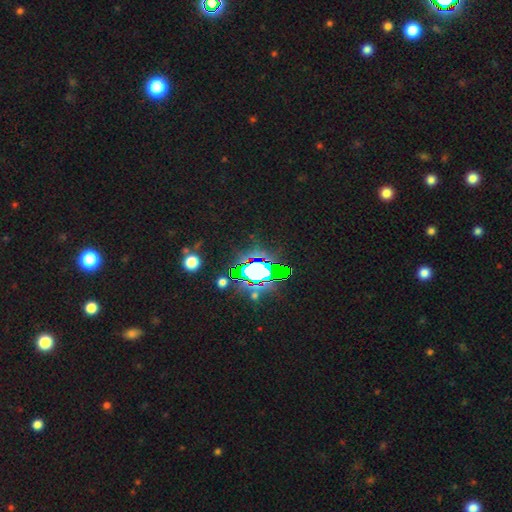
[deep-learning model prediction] Overall: star or artifact (80%).